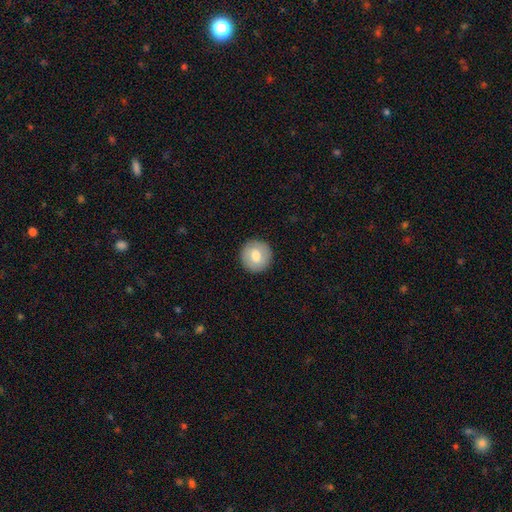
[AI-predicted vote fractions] Morphology: type=smooth (71%); roundness=round (95%); merging=none (91%).